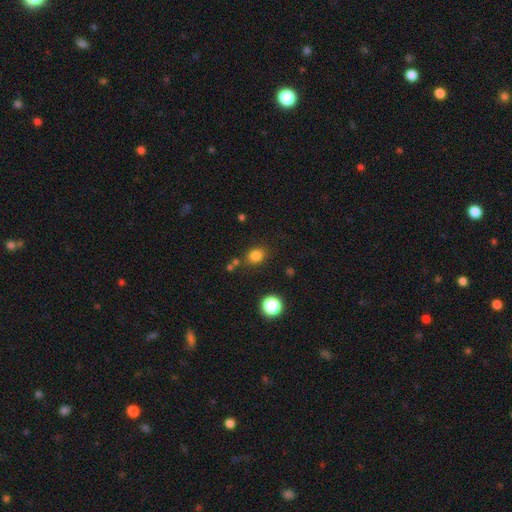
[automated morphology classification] Smooth or featured: smooth — 81% (star or artifact — 14%)
How rounded: round — 61% (in between — 38%)
Merging: none — 79% (minor disturbance — 11%)